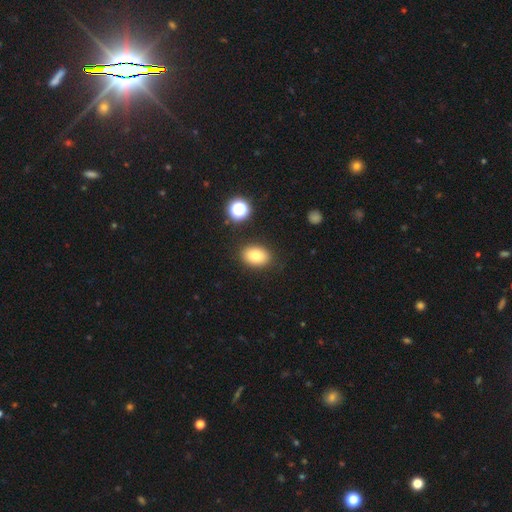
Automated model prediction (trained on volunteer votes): A smooth galaxy with no disk features (80%) that is in between round and cigar-shaped (76%). Merging: none (86%).